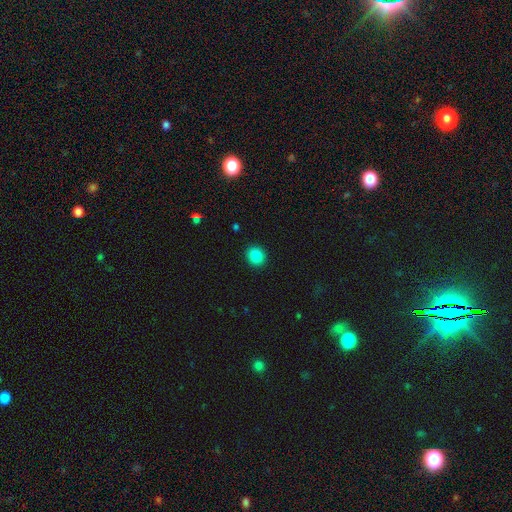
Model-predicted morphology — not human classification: smooth_or_featured: smooth (p=0.86) [alt: star or artifact p=0.10]
how_rounded: round (p=0.83) [alt: in between p=0.16]
merging: none (p=0.92) [alt: minor disturbance p=0.05]